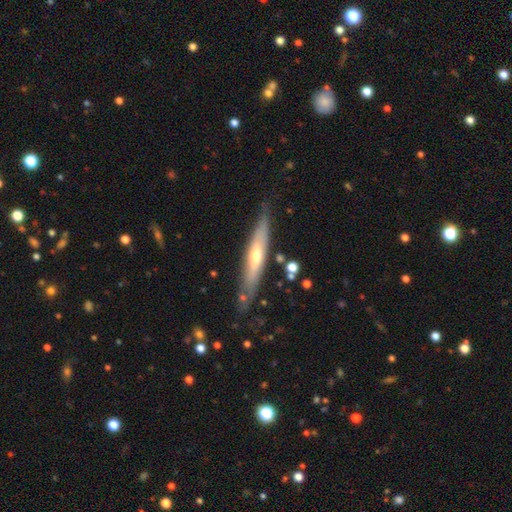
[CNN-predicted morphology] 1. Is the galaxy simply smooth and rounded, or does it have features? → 58% featured or disk, 37% smooth, 6% star or artifact.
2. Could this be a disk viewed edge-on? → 80% yes, 20% no.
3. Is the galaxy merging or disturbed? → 78% none, 16% minor disturbance, 4% major disturbance, 3% merger.